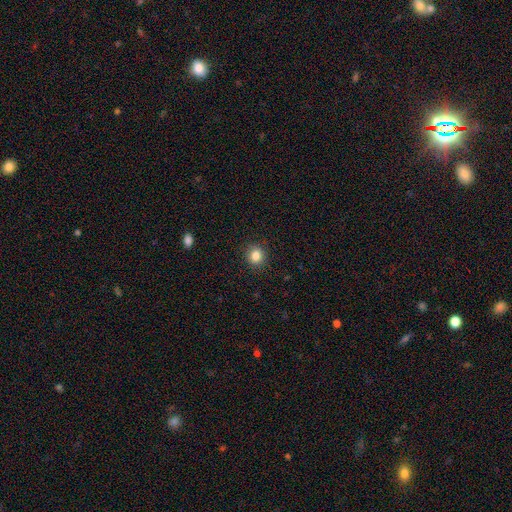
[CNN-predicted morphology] This is clearly a smooth galaxy (84%). How rounded: clearly round (84%). Merging: clearly none (91%).